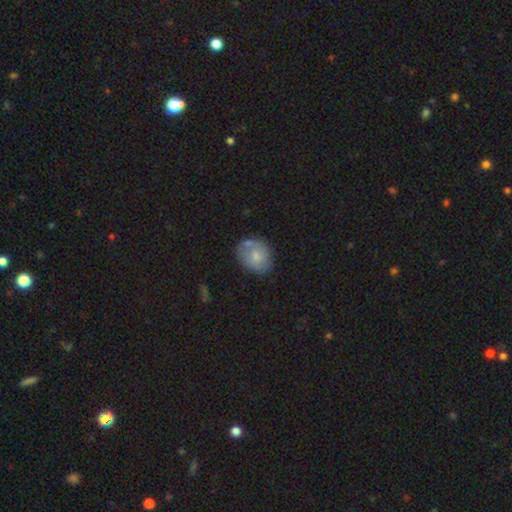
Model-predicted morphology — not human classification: smooth_or_featured: smooth (p=0.67) [alt: featured or disk p=0.26]
how_rounded: round (p=0.55) [alt: in between p=0.44]
merging: none (p=0.62) [alt: minor disturbance p=0.23]